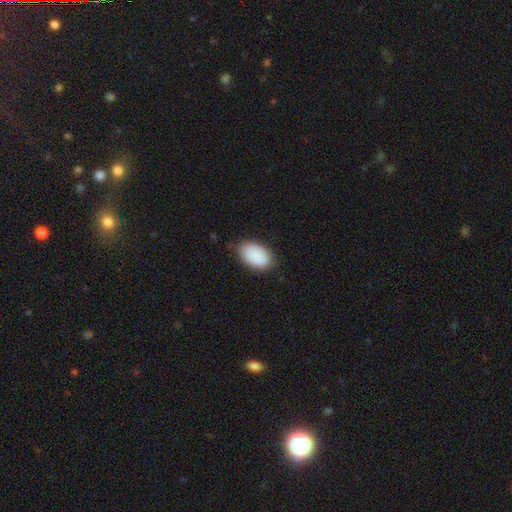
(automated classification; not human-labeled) Morphology: type=smooth (89%); roundness=in between (93%); merging=none (80%).